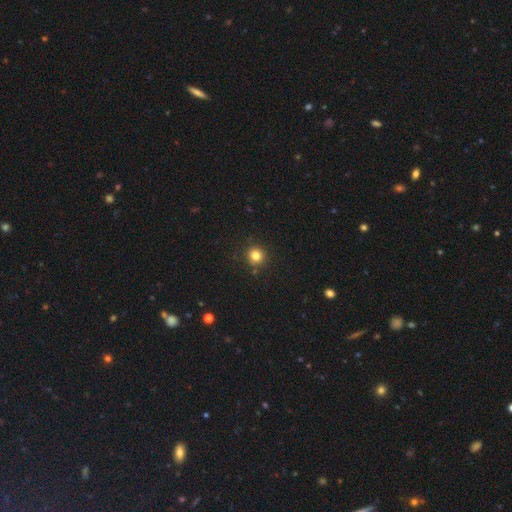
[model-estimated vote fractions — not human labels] A smooth galaxy with no disk features (81%) that is round (93%). Merging: none (87%).